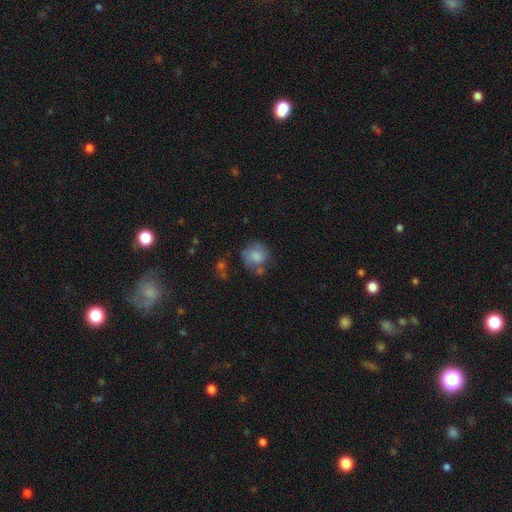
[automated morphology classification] This appears to be a smooth galaxy with no disk features (79%) that is round (85%). Merging: none (60%).